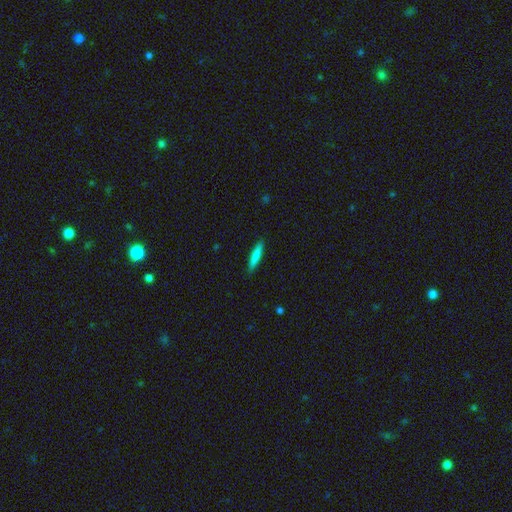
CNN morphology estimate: Smooth or featured?
  - smooth: 78% *
  - featured or disk: 17%
  - star or artifact: 6%
How rounded?
  - cigar-shaped: 89% *
  - in between: 9%
  - round: 1%
Merging?
  - none: 90% *
  - minor disturbance: 7%
  - major disturbance: 2%
  - merger: 1%